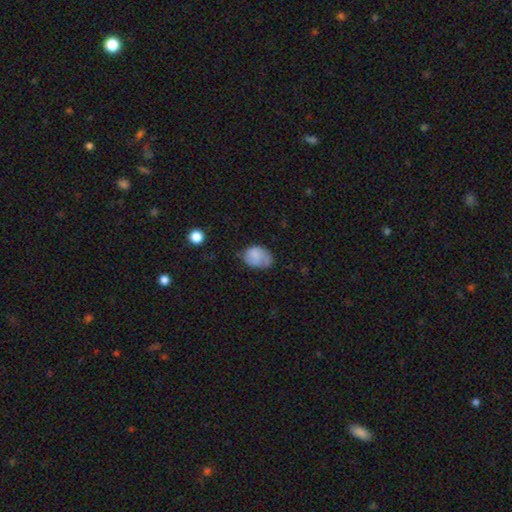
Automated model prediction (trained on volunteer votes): Smooth or featured? Predicted: smooth (p=0.77). How rounded? Predicted: in between (p=0.69). Merging? Predicted: none (p=0.44).